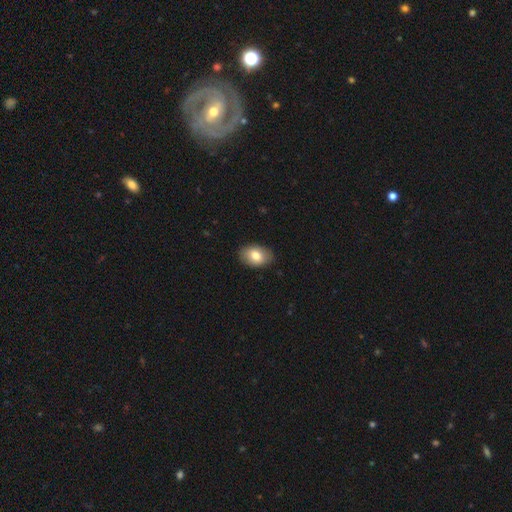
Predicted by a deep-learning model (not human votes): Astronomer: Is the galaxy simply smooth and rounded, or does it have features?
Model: smooth — 79%.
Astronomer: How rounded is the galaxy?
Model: in between — 86%.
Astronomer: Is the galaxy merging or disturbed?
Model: none — 87%.